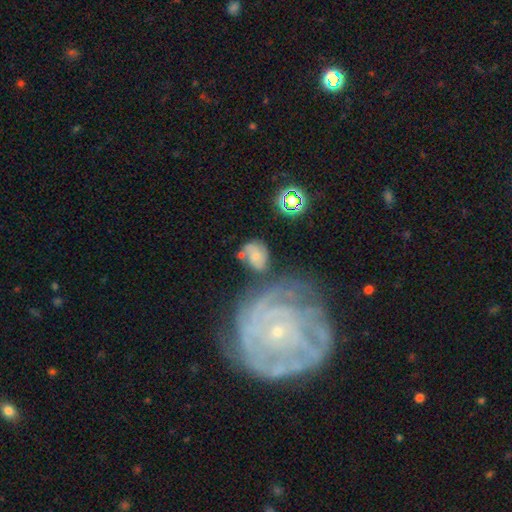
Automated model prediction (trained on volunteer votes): The model was most divided on "smooth or featured": featured or disk: 48%, smooth: 41%, star or artifact: 12%. Remaining: merging — none (41%).